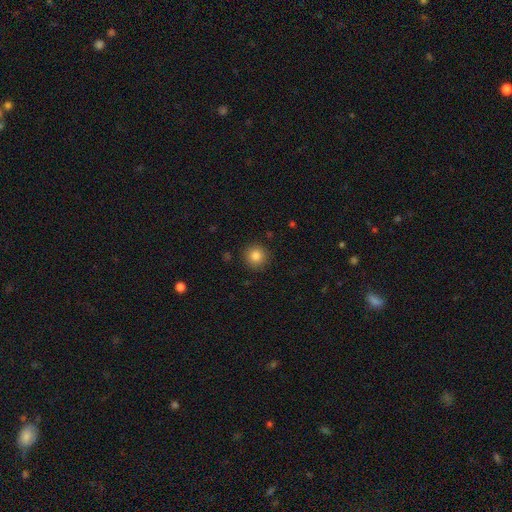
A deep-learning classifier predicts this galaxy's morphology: smooth_or_featured: smooth (p=0.85) [alt: star or artifact p=0.10]
how_rounded: round (p=0.94) [alt: in between p=0.05]
merging: none (p=0.90) [alt: minor disturbance p=0.06]